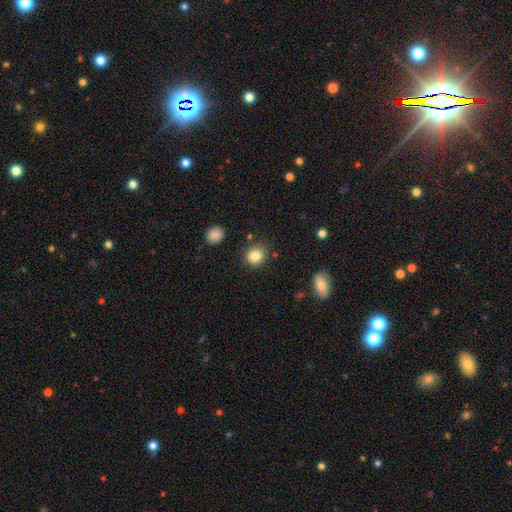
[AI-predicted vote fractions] Morphology: type=smooth (84%); roundness=round (81%); merging=none (85%).